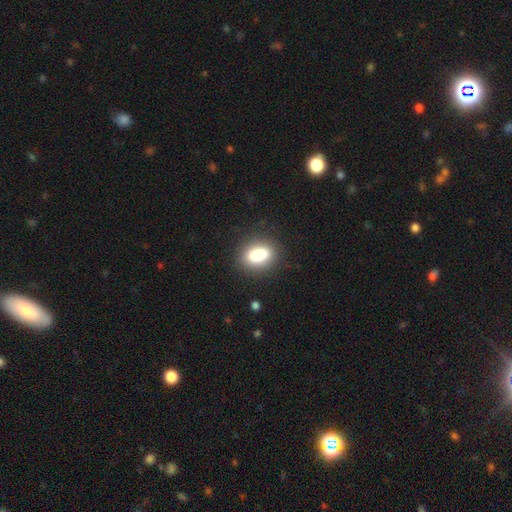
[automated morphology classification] A smooth galaxy with no disk features (83%) that is in between round and cigar-shaped (78%). Merging: none (85%).